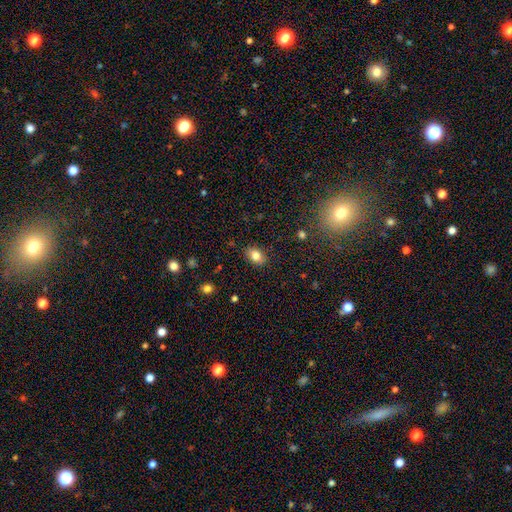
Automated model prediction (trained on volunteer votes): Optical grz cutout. It shows a smooth galaxy with no disk features (82%) that is in between round and cigar-shaped (79%). Merging: none (86%).